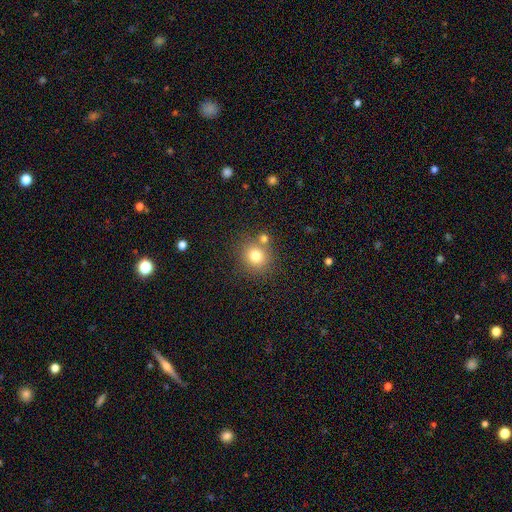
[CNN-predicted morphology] A smooth galaxy with no disk features (78%) that is round (86%). Merging: none (71%).